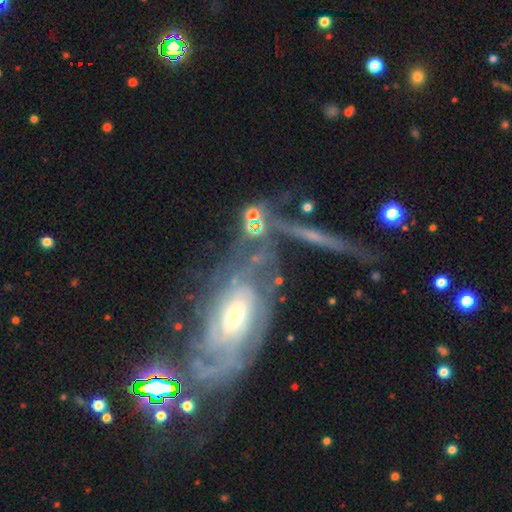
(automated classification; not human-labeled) This appears to be a featured or disk galaxy (82%) with no bar (59%), tight (59%) spiral arms (89%) and a moderate central bulge (59%). Merging: none (48%).